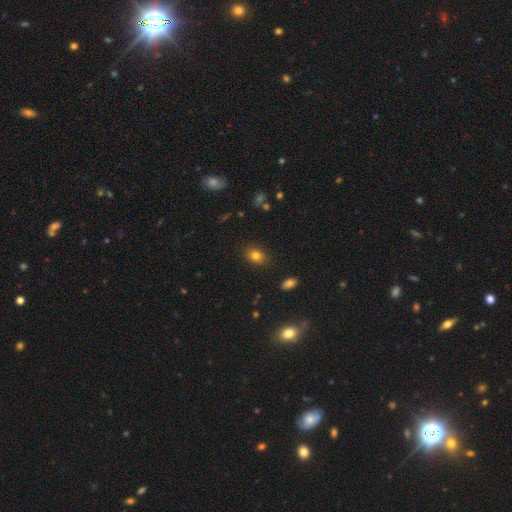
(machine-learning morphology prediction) Q: Smooth or featured?
A: smooth (80%); runner-up: star or artifact (12%)
Q: How rounded?
A: in between (61%); runner-up: round (38%)
Q: Merging?
A: none (86%); runner-up: minor disturbance (10%)